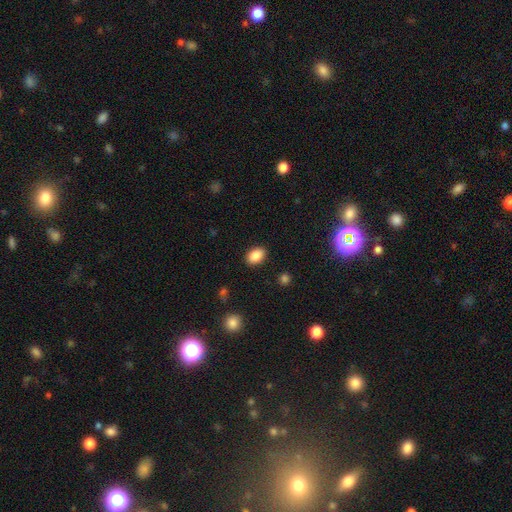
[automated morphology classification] This appears to be a smooth galaxy with no disk features (87%) that is in between round and cigar-shaped (84%). Merging: none (89%).